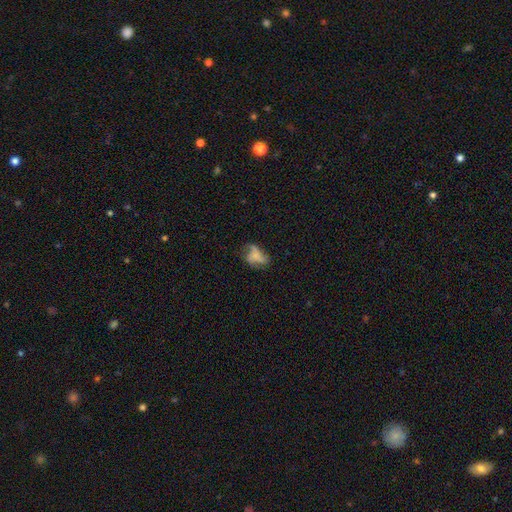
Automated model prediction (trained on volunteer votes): Smooth or featured? Predicted: featured or disk (p=0.50). Edge-on disk? Predicted: no (p=0.96). Merging? Predicted: none (p=0.48).